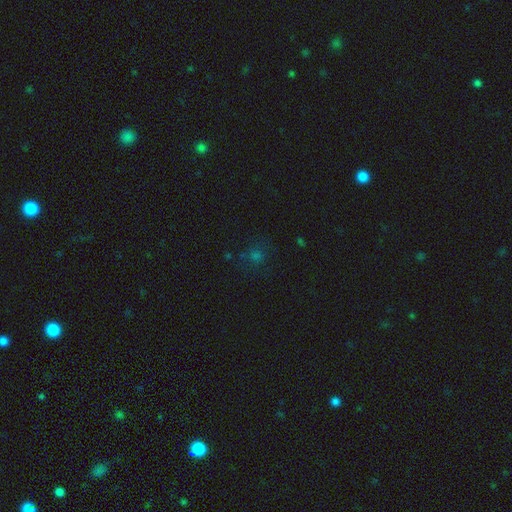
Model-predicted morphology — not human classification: Smooth or featured: smooth — 46% (star or artifact — 42%)
Merging: none — 76% (minor disturbance — 13%)